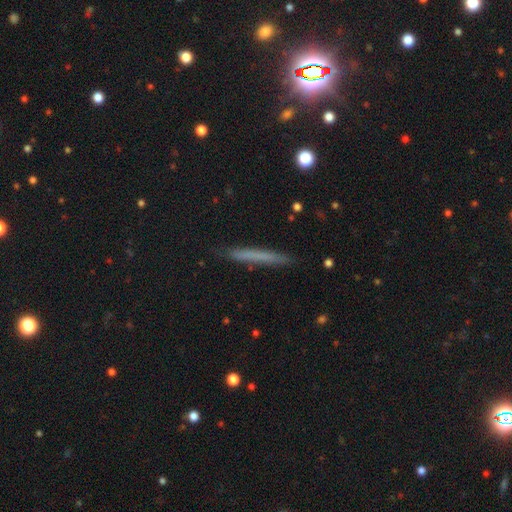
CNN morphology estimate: Smooth or featured? smooth (64%)
How rounded? cigar-shaped (96%)
Merging? none (87%)